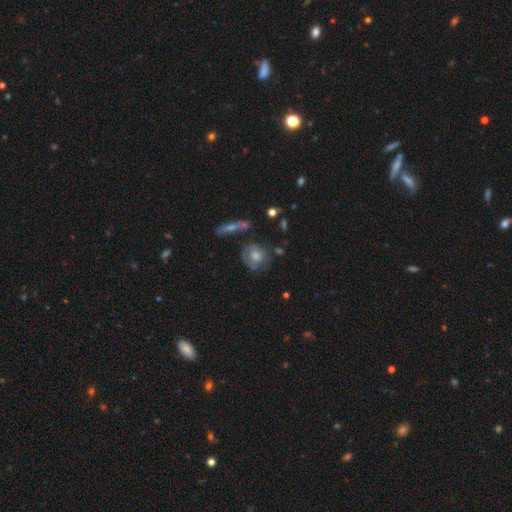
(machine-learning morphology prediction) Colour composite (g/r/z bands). It shows a smooth galaxy with no disk features (60%) that is round (78%). Merging: none (60%).